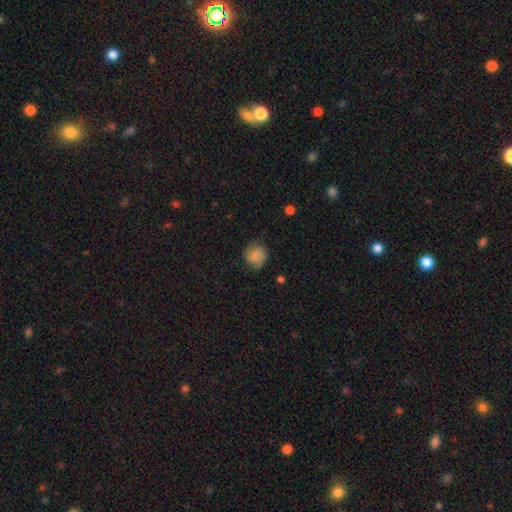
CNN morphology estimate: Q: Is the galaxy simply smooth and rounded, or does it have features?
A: smooth — 75%.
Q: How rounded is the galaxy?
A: round — 79%.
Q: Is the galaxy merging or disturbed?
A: none — 71%.